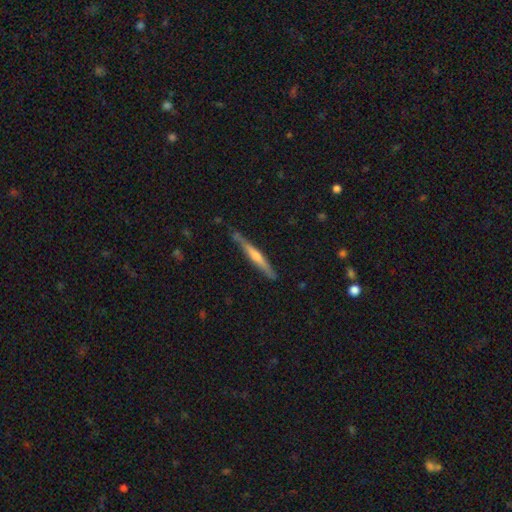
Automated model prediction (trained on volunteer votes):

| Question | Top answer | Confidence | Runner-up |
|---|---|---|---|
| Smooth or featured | featured or disk | 66% | smooth (28%) |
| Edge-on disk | yes | 97% | no (3%) |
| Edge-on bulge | rounded | 67% | none (23%) |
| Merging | none | 86% | minor disturbance (11%) |